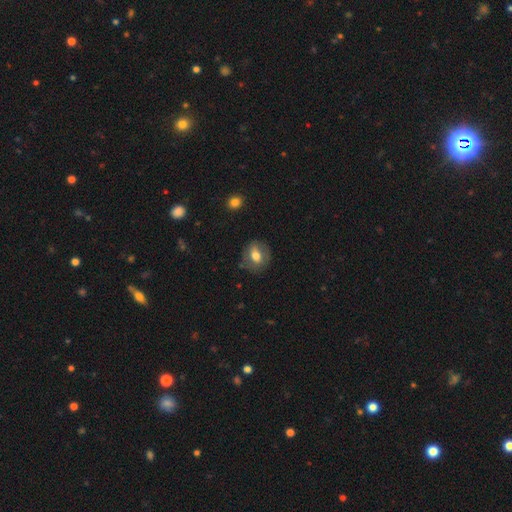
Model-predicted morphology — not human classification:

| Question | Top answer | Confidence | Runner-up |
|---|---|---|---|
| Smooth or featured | smooth | 62% | featured or disk (29%) |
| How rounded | round | 59% | in between (40%) |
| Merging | none | 75% | minor disturbance (18%) |